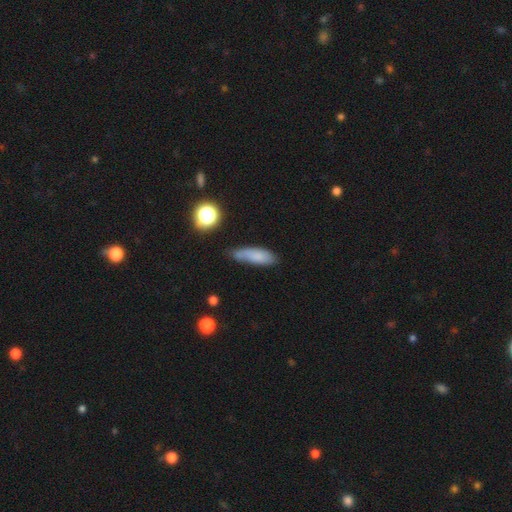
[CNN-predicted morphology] Overall: smooth (76%). How rounded: cigar-shaped (52%; in between 44%). Merging: none (52%; minor disturbance 33%).